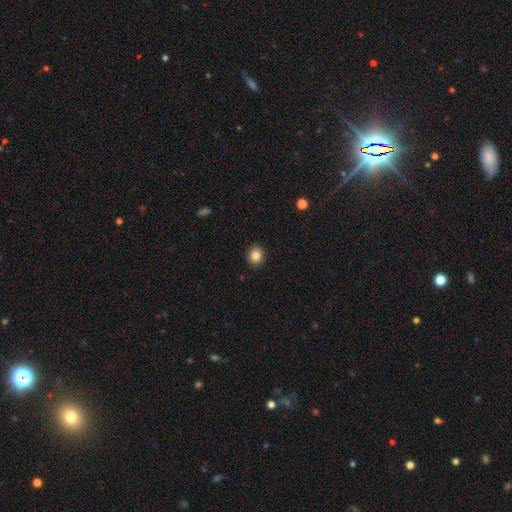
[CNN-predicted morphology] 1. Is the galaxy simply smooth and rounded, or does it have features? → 84% smooth, 10% star or artifact, 6% featured or disk.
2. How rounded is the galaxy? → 78% round, 21% in between, 1% cigar-shaped.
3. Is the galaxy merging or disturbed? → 91% none, 6% minor disturbance, 2% major disturbance, 1% merger.